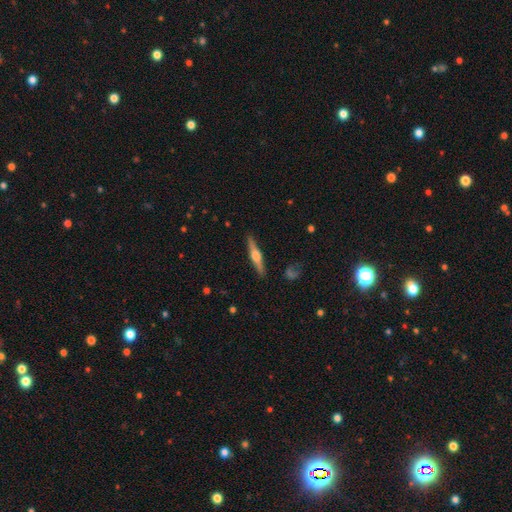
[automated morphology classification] This appears to be a featured or disk galaxy (69%) viewed edge-on (98%) with a rounded central bulge (93%). Merging: none (90%).